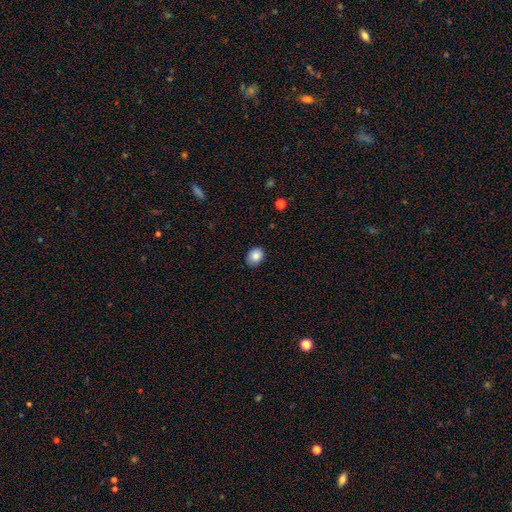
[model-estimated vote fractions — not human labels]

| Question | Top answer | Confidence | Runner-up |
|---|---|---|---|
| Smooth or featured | smooth | 85% | star or artifact (9%) |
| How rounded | in between | 62% | round (37%) |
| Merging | none | 85% | minor disturbance (12%) |